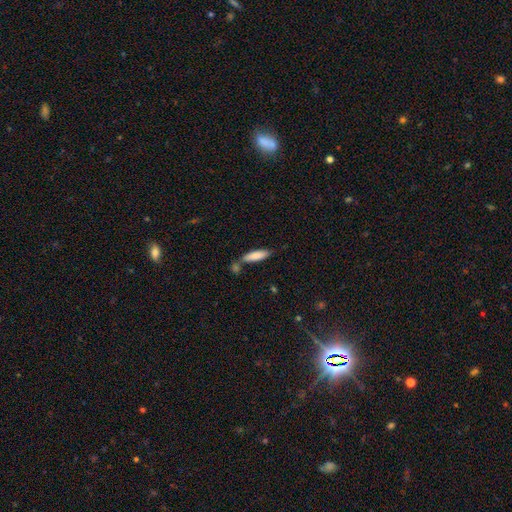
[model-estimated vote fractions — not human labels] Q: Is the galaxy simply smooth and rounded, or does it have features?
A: smooth — 81%.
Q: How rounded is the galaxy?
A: cigar-shaped — 61%.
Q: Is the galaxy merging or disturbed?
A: none — 64%.